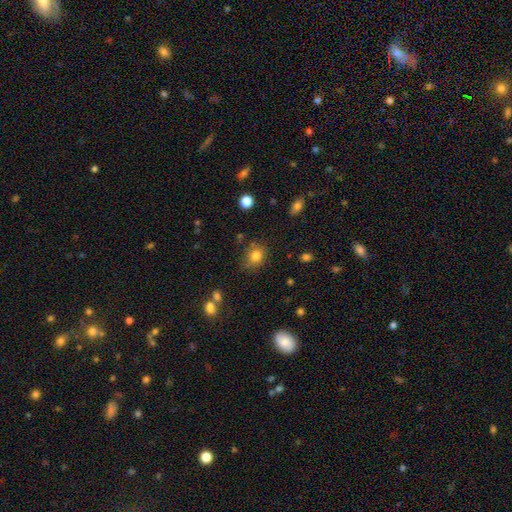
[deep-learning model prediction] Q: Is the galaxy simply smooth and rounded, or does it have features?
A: smooth — 80%.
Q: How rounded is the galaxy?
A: round — 70%.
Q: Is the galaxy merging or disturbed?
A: none — 75%.